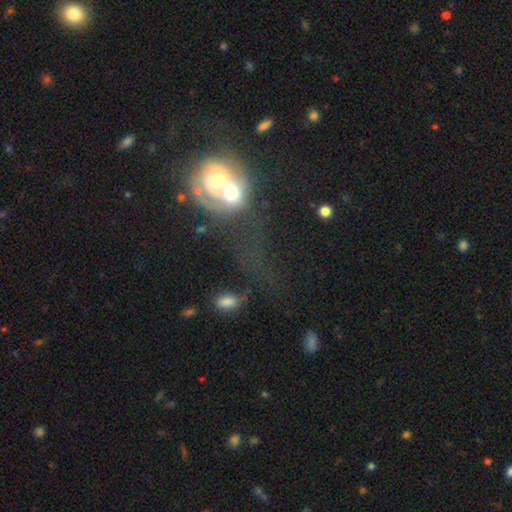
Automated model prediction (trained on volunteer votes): smooth-or-featured: star or artifact: 39% | smooth: 37% | featured or disk: 24%